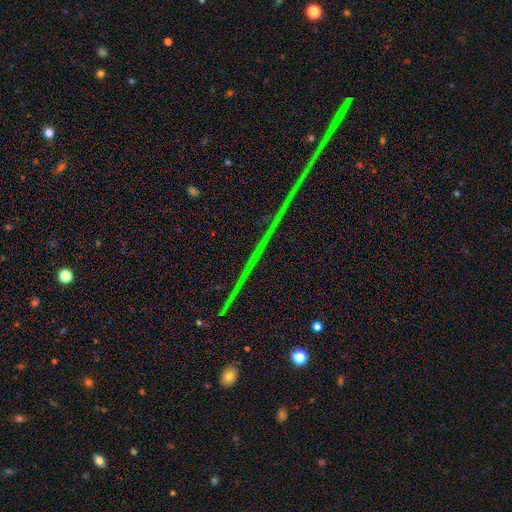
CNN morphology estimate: This appears to be a star or artifact, not a galaxy (83%).